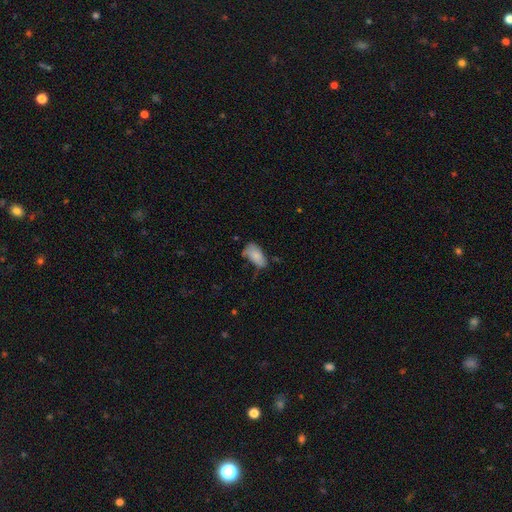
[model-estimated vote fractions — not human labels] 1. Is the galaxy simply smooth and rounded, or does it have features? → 82% smooth, 11% featured or disk, 7% star or artifact.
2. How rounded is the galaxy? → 93% in between, 4% cigar-shaped, 3% round.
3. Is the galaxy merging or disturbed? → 48% none, 36% minor disturbance, 11% major disturbance, 5% merger.